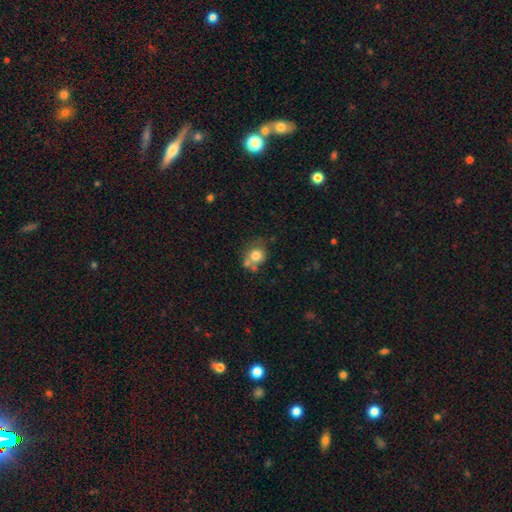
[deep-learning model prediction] Q: Smooth or featured?
A: smooth (75%); runner-up: featured or disk (14%)
Q: How rounded?
A: round (75%); runner-up: in between (24%)
Q: Merging?
A: none (51%); runner-up: merger (27%)